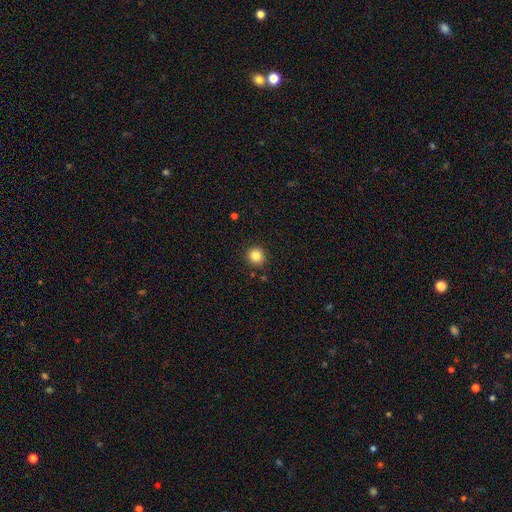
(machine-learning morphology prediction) A smooth galaxy with no disk features (84%) that is round (92%).

Vote fractions:
- Smooth or featured? smooth: 84% / star or artifact: 11% / featured or disk: 5%
- How rounded? round: 92% / in between: 7% / cigar-shaped: 1%
- Merging? none: 89% / minor disturbance: 7% / major disturbance: 2% / merger: 2%